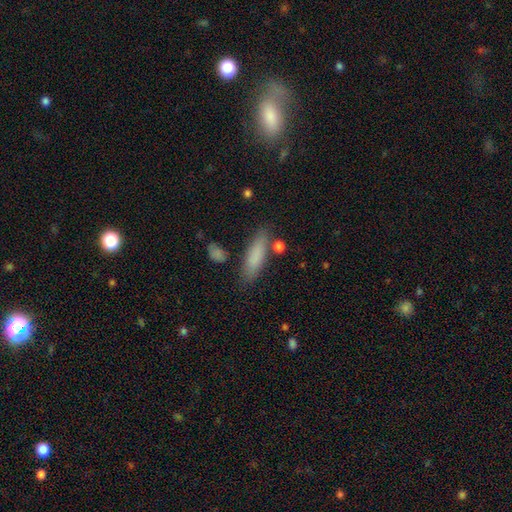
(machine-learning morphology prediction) Smooth or featured? smooth (82%)
How rounded? cigar-shaped (58%)
Merging? none (78%)